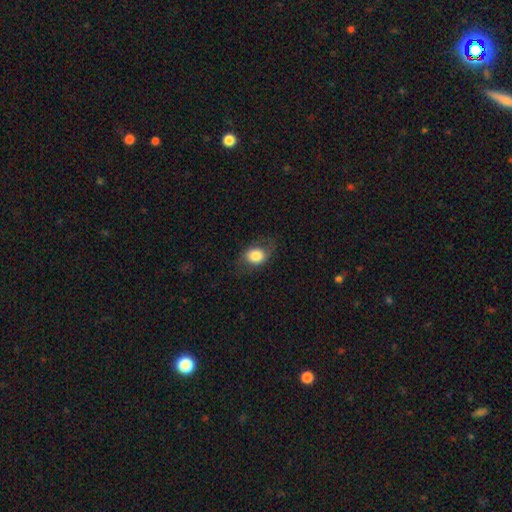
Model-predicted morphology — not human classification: Smooth or featured? smooth (79%)
How rounded? in between (57%)
Merging? none (67%)